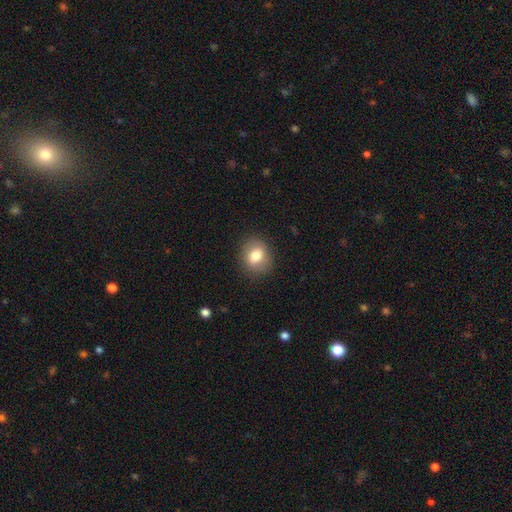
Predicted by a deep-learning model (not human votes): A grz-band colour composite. It shows a smooth galaxy with no disk features (77%) that is round (59%). Merging: none (85%).